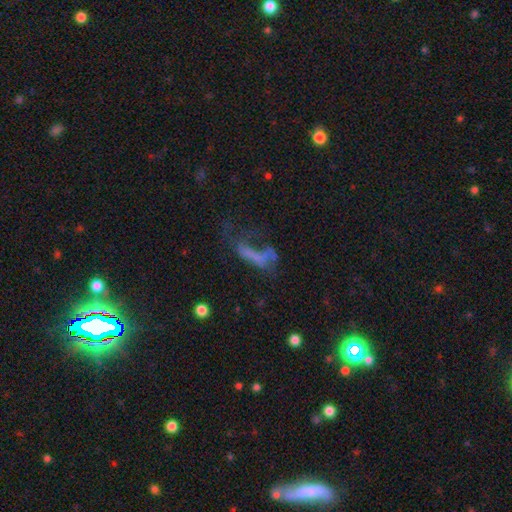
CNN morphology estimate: smooth_or_featured: featured or disk (p=0.40) [alt: smooth p=0.35]
merging: major disturbance (p=0.48) [alt: none p=0.25]